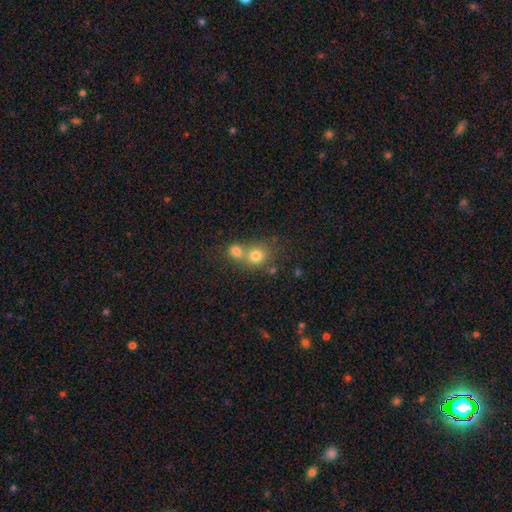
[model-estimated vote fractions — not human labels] Smooth or featured? Predicted: smooth (p=0.75). How rounded? Predicted: round (p=0.82). Merging? Predicted: merger (p=0.53).